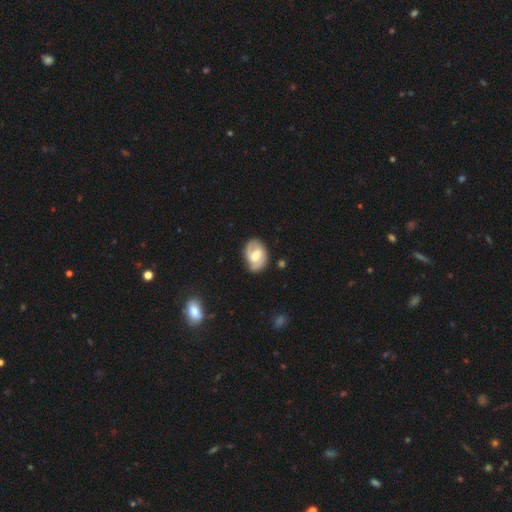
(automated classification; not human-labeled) smooth_or_featured: featured or disk (p=0.66) [alt: smooth p=0.28]
disk_edge_on: no (p=0.96) [alt: yes p=0.04]
bar: weak (p=0.52) [alt: no p=0.27]
has_spiral_arms: yes (p=0.84) [alt: no p=0.16]
spiral_winding: medium (p=0.44) [alt: tight p=0.36]
spiral_arm_count: 2 (p=0.79) [alt: can't tell p=0.12]
bulge_size: moderate (p=0.65) [alt: small p=0.23]
merging: none (p=0.73) [alt: minor disturbance p=0.19]